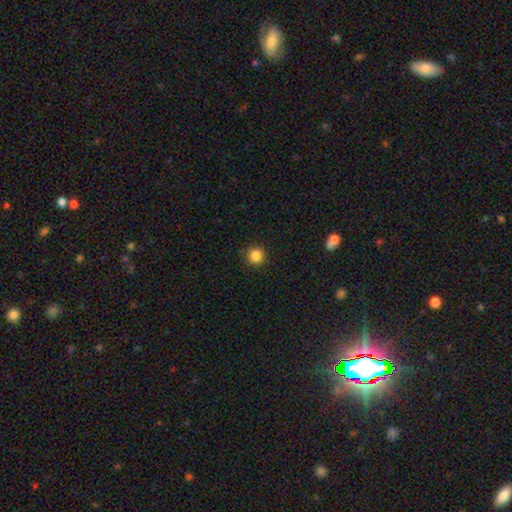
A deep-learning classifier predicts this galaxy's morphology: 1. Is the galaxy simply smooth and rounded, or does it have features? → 85% smooth, 11% star or artifact, 4% featured or disk.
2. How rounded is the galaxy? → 94% round, 5% in between, 1% cigar-shaped.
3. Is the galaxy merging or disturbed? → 91% none, 6% minor disturbance, 2% major disturbance, 1% merger.